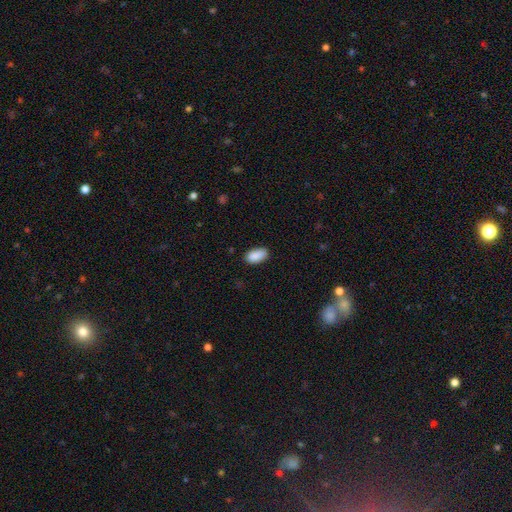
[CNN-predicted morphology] Smooth or featured? smooth (90%)
How rounded? in between (94%)
Merging? none (83%)